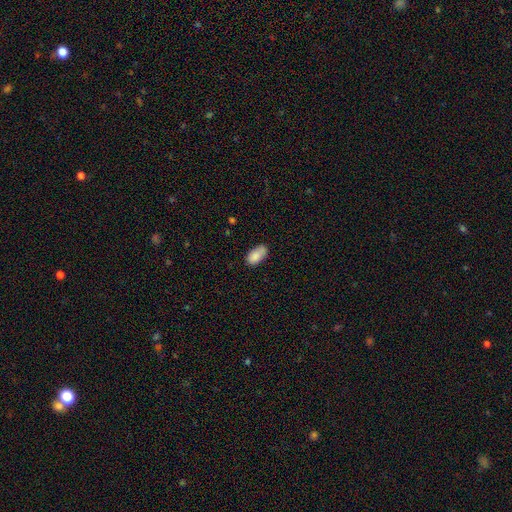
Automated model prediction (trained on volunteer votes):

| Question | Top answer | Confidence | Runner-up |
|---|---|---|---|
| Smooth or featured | smooth | 83% | featured or disk (9%) |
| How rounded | in between | 92% | round (5%) |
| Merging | none | 56% | minor disturbance (28%) |